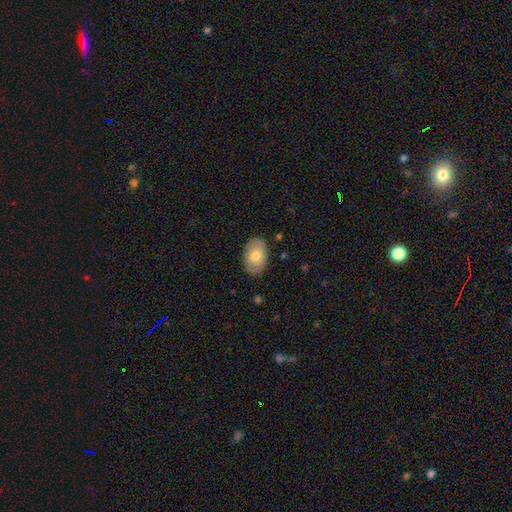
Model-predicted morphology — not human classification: A smooth galaxy with no disk features (78%) that is in between round and cigar-shaped (89%). Merging: none (85%).